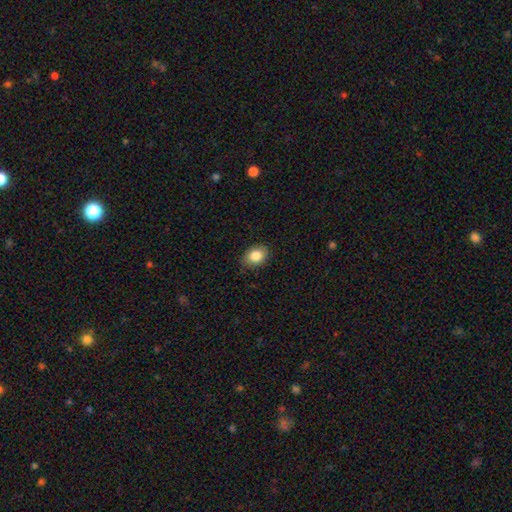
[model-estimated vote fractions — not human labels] Smooth or featured?
  - smooth: 84% *
  - star or artifact: 8%
  - featured or disk: 7%
How rounded?
  - in between: 70% *
  - round: 29%
  - cigar-shaped: 1%
Merging?
  - none: 85% *
  - minor disturbance: 12%
  - major disturbance: 2%
  - merger: 1%